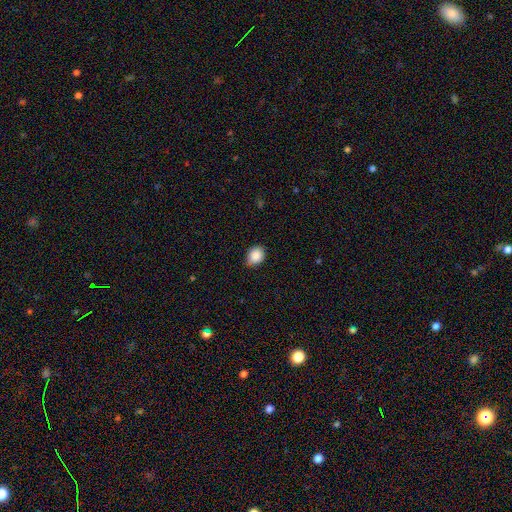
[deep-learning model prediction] A smooth galaxy with no disk features (88%) that is round (51%).

Vote fractions:
- Smooth or featured? smooth: 88% / star or artifact: 8% / featured or disk: 4%
- How rounded? round: 51% / in between: 48% / cigar-shaped: 1%
- Merging? none: 69% / minor disturbance: 26% / major disturbance: 3% / merger: 1%